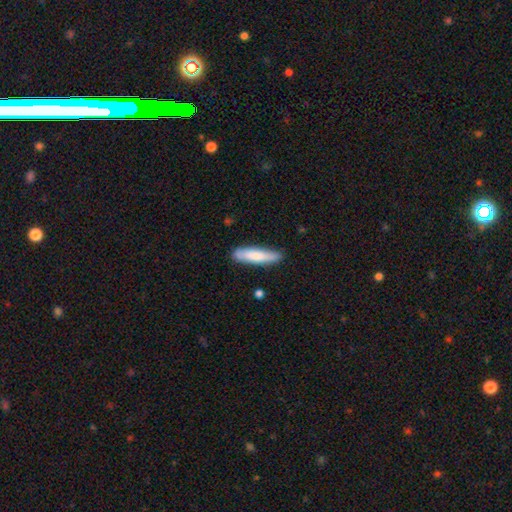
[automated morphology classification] A smooth galaxy with no disk features (79%) that is cigar-shaped (79%).

Vote fractions:
- Smooth or featured? smooth: 79% / featured or disk: 16% / star or artifact: 5%
- How rounded? cigar-shaped: 79% / in between: 20% / round: 1%
- Merging? none: 83% / minor disturbance: 13% / major disturbance: 2% / merger: 2%